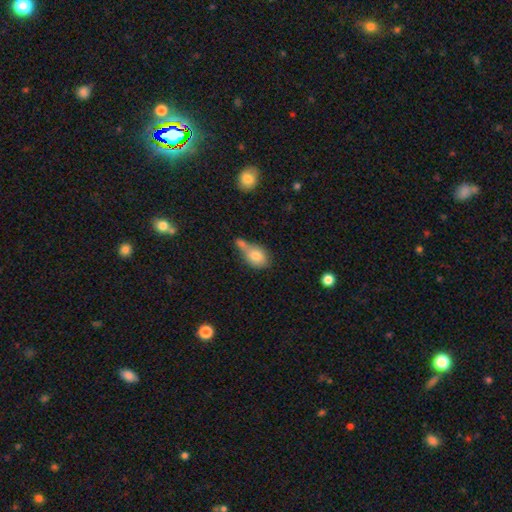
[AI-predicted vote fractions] A smooth galaxy with no disk features (78%) that is in between round and cigar-shaped (61%).

Vote fractions:
- Smooth or featured? smooth: 78% / featured or disk: 14% / star or artifact: 8%
- How rounded? in between: 61% / round: 37% / cigar-shaped: 2%
- Merging? merger: 45% / none: 30% / minor disturbance: 17% / major disturbance: 8%